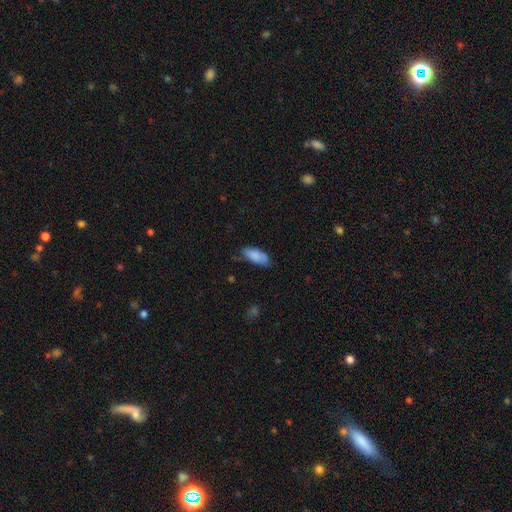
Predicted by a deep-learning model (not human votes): Smooth or featured? Predicted: smooth (p=0.82). How rounded? Predicted: in between (p=0.82). Merging? Predicted: none (p=0.63).